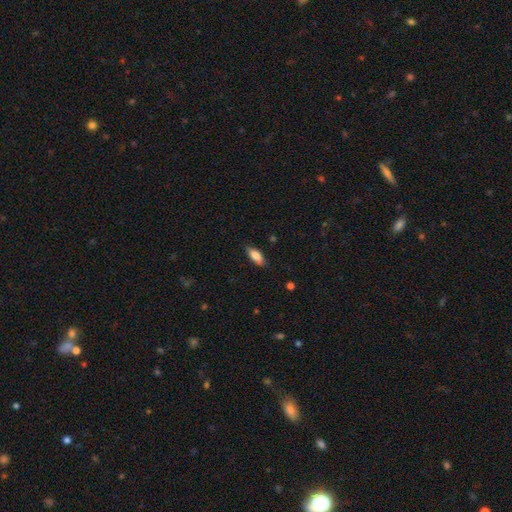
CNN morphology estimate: This is likely a smooth galaxy (80%). How rounded: likely in between (77%). Merging: clearly none (84%).